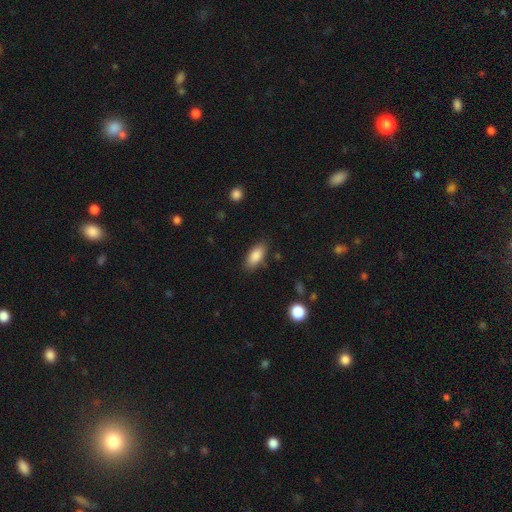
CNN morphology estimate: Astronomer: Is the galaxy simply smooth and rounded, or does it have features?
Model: smooth — 86%.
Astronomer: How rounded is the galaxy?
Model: in between — 87%.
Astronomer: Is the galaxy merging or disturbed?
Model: none — 85%.